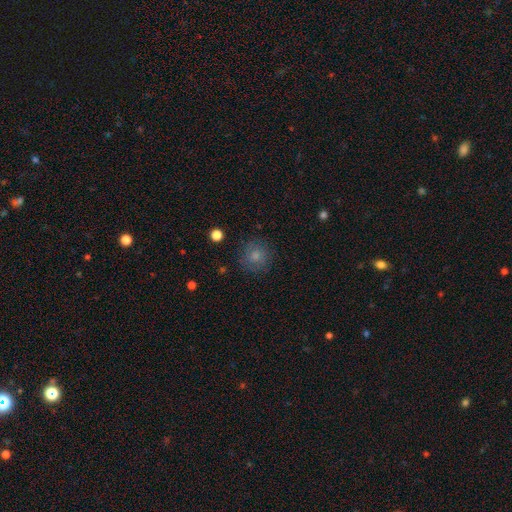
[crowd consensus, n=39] A smooth galaxy with no disk features (85%) that is round (94%).

Vote fractions:
- Smooth or featured? smooth: 85% / featured or disk: 8% / star or artifact: 8%
- How rounded? round: 94% / in between: 6% / cigar-shaped: 0%
- Merging? none: 81% / minor disturbance: 17% / merger: 3% / major disturbance: 0%